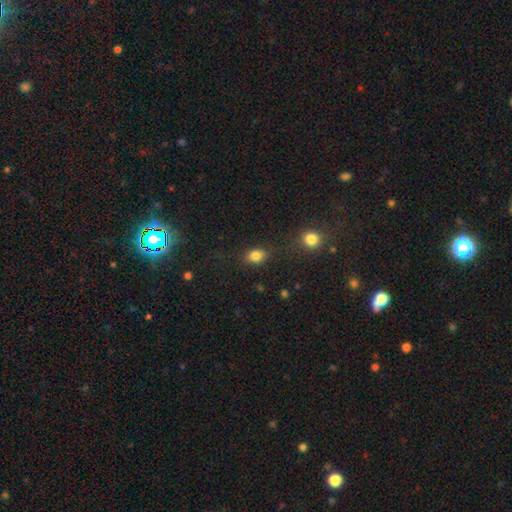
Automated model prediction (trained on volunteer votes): smooth_or_featured: smooth (p=0.84) [alt: star or artifact p=0.11]
how_rounded: in between (p=0.61) [alt: round p=0.37]
merging: none (p=0.79) [alt: minor disturbance p=0.13]